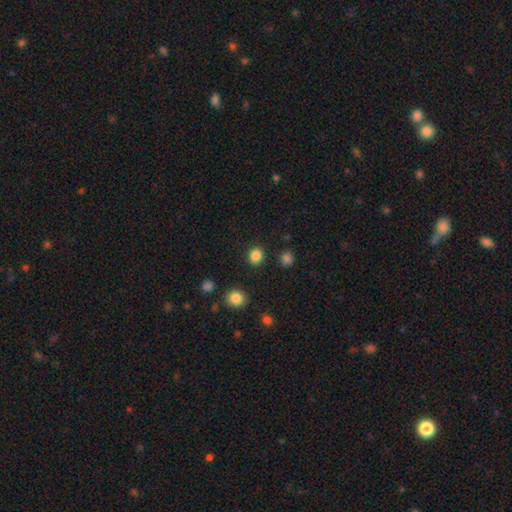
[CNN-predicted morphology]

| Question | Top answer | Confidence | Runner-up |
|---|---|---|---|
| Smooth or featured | smooth | 85% | star or artifact (11%) |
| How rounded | round | 70% | in between (29%) |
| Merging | none | 89% | minor disturbance (7%) |